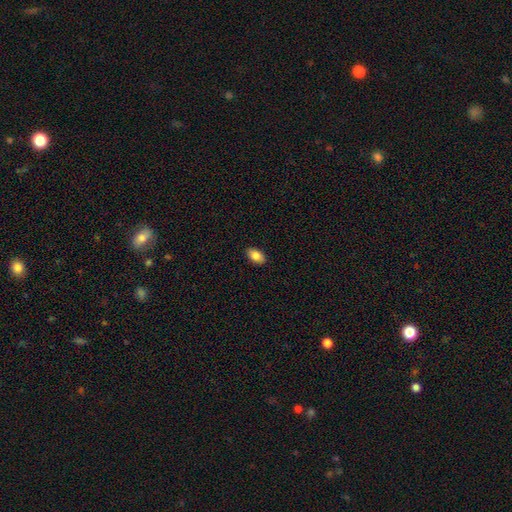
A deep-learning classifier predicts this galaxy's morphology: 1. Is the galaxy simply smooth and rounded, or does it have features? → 86% smooth, 8% star or artifact, 7% featured or disk.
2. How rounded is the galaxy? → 92% in between, 7% round, 2% cigar-shaped.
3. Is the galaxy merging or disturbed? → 90% none, 8% minor disturbance, 2% major disturbance, 1% merger.